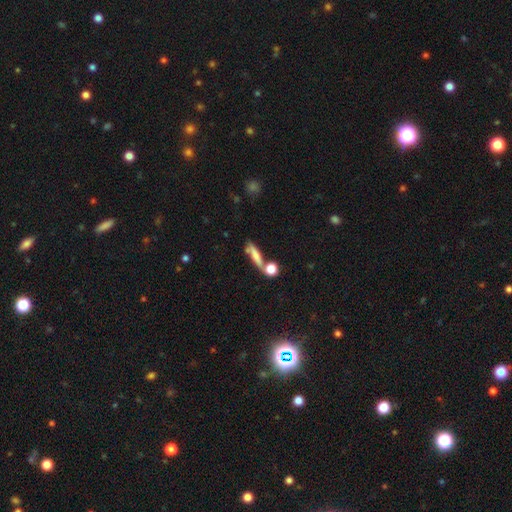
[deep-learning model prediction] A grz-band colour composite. It shows a smooth galaxy with no disk features (65%) that is cigar-shaped (60%). Merging: none (51%).